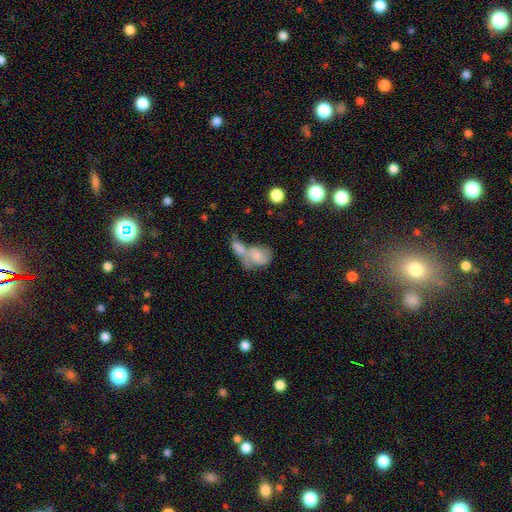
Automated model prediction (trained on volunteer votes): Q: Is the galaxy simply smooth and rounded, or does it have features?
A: smooth — 58%.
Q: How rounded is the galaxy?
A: in between — 70%.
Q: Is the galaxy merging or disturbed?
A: merger — 70%.